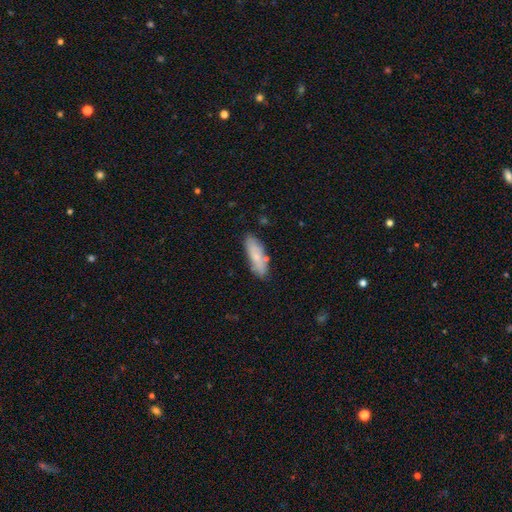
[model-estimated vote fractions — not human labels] A smooth galaxy with no disk features (69%) that is in between round and cigar-shaped (56%). Merging: none (74%).